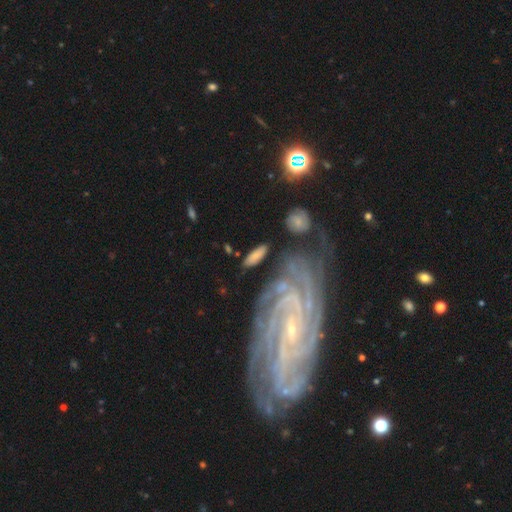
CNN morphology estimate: Overall: smooth (64%; featured or disk 29%). How rounded: in between (60%; cigar-shaped 37%). Merging: none (74%).